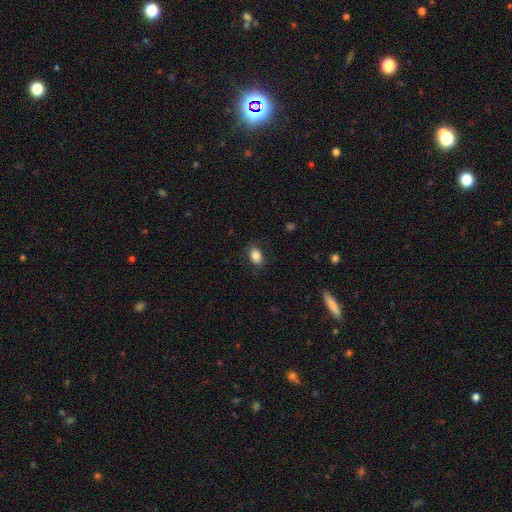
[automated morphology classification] type=smooth (86%); roundness=in between (83%); merging=none (84%).